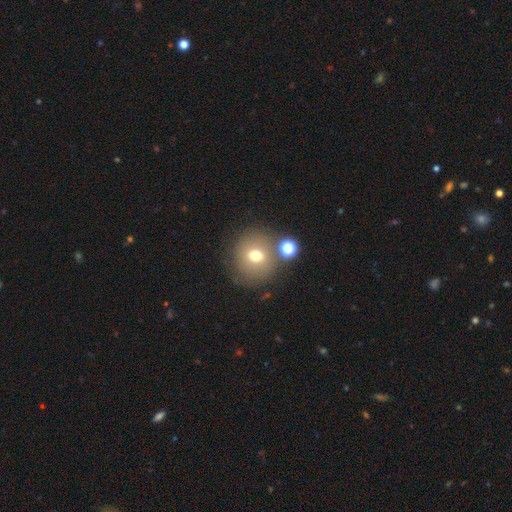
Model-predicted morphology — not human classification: A smooth galaxy with no disk features (69%) that is round (85%).

Vote fractions:
- Smooth or featured? smooth: 69% / featured or disk: 17% / star or artifact: 14%
- How rounded? round: 85% / in between: 14% / cigar-shaped: 1%
- Merging? none: 74% / minor disturbance: 11% / merger: 10% / major disturbance: 5%